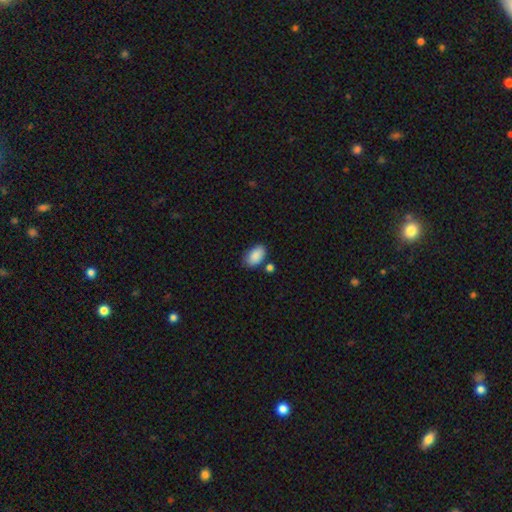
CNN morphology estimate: Overall: smooth (89%). How rounded: in between (93%). Merging: none (71%).